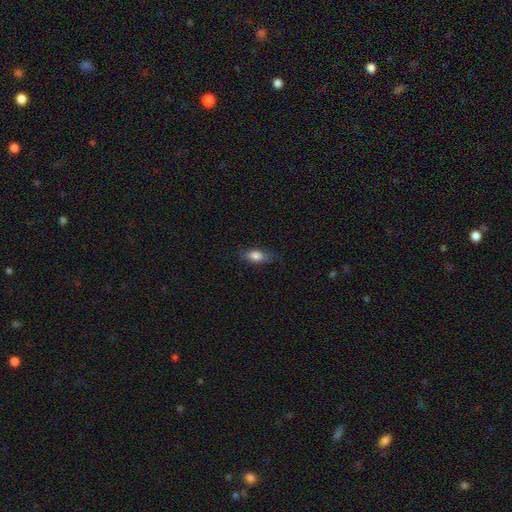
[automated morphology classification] This appears to be a smooth galaxy with no disk features (80%) that is in between round and cigar-shaped (79%). Merging: none (73%).